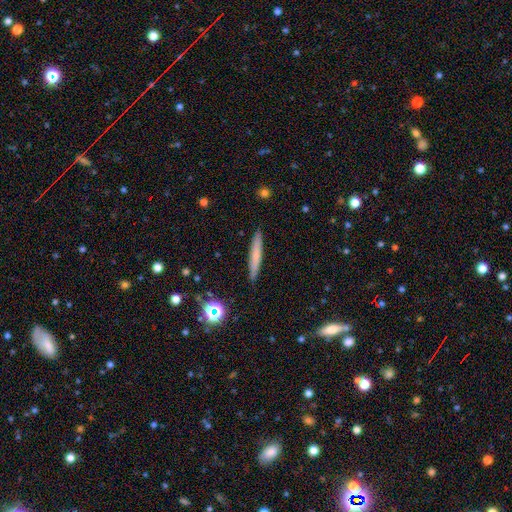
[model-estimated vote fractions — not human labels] A smooth galaxy with no disk features (66%) that is cigar-shaped (95%). Merging: none (90%).